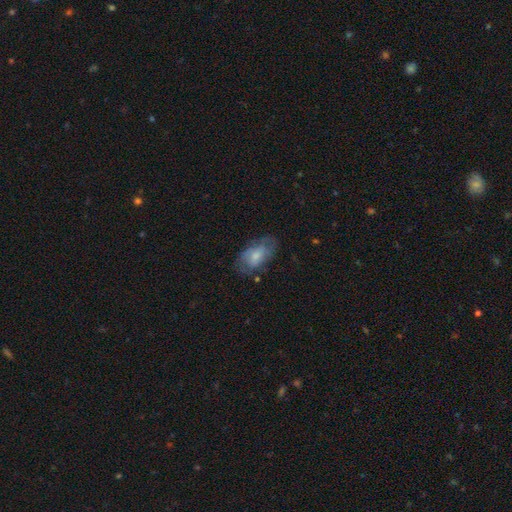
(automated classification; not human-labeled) smooth 55%, featured or disk 38%, star or artifact 7%. Down the decision tree: how rounded — in between (91%); merging — none (54%).